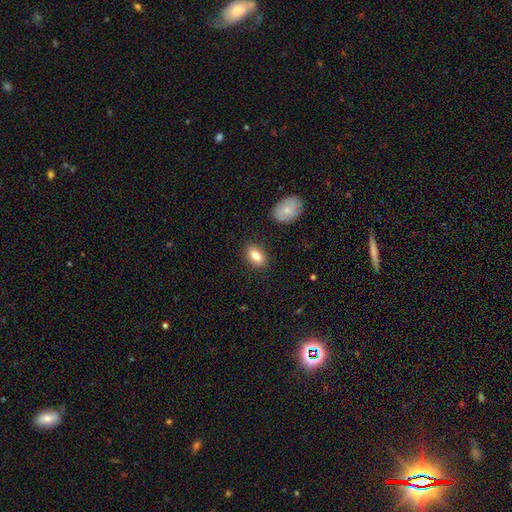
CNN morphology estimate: Smooth or featured?
  - smooth: 82% *
  - featured or disk: 11%
  - star or artifact: 8%
How rounded?
  - in between: 87% *
  - round: 11%
  - cigar-shaped: 3%
Merging?
  - none: 87% *
  - minor disturbance: 9%
  - major disturbance: 2%
  - merger: 2%